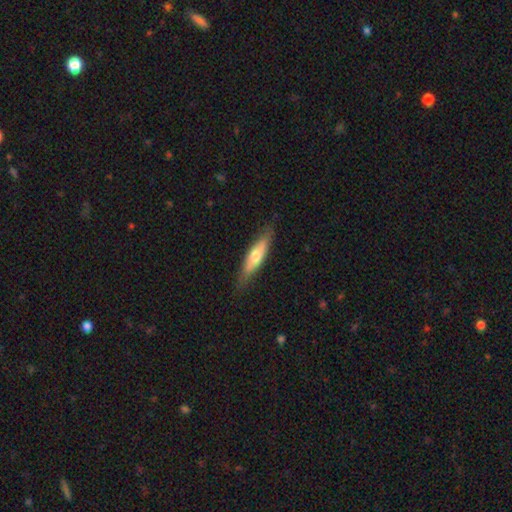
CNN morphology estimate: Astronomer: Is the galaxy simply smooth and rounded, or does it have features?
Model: smooth — 56% (runner-up: featured or disk, 39%).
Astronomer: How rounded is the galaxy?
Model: cigar-shaped — 68%.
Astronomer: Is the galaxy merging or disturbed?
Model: none — 81%.